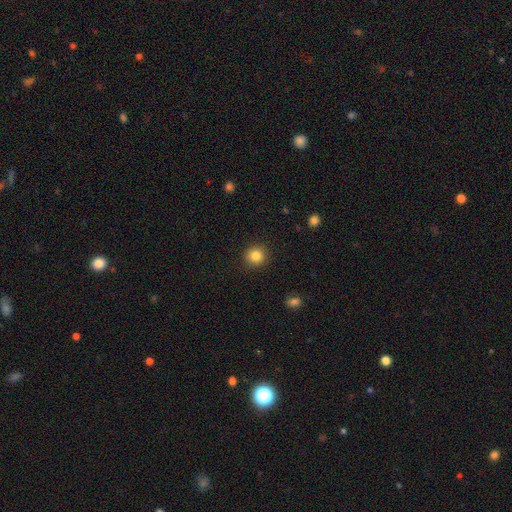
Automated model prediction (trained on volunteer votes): This is clearly a smooth galaxy (84%). How rounded: clearly round (89%). Merging: clearly none (91%).